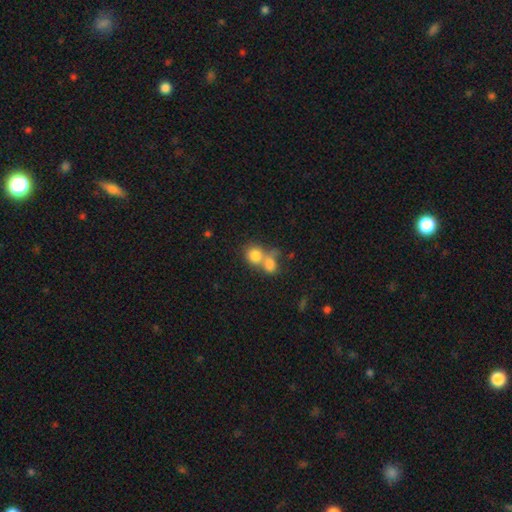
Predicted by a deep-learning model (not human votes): The model was most divided on "merging": merger: 60%, none: 29%, minor disturbance: 7%, major disturbance: 4%. More confident: smooth or featured — smooth (80%); how rounded — round (71%).